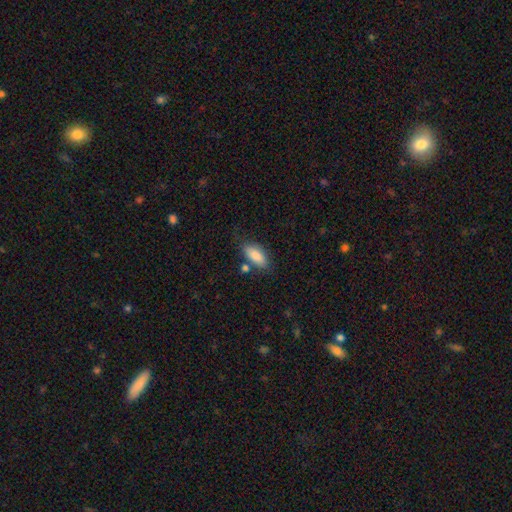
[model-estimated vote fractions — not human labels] Smooth or featured: smooth — 84% (featured or disk — 9%)
How rounded: in between — 83% (cigar-shaped — 14%)
Merging: none — 72% (minor disturbance — 16%)